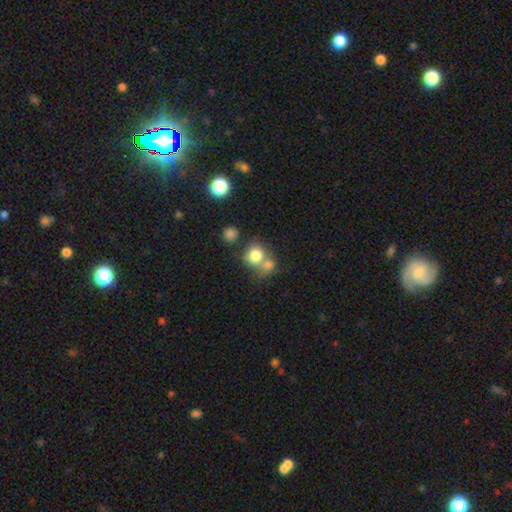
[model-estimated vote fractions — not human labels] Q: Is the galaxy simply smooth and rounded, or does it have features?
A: smooth — 78%.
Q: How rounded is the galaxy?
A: round — 80%.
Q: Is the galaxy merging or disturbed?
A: merger — 47%.